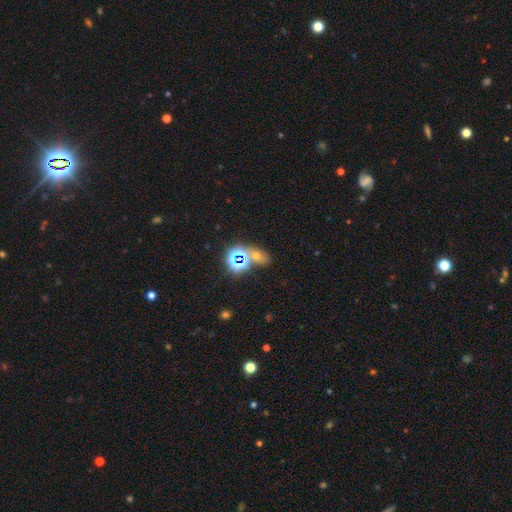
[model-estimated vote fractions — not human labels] This is possibly a smooth galaxy (45%). Merging: likely none (60%).